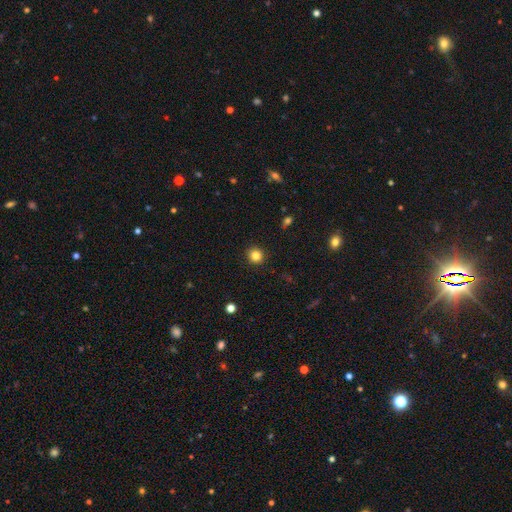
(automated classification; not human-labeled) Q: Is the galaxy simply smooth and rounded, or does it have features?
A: smooth — 83%.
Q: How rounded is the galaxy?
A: round — 93%.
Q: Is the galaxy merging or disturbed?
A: none — 92%.